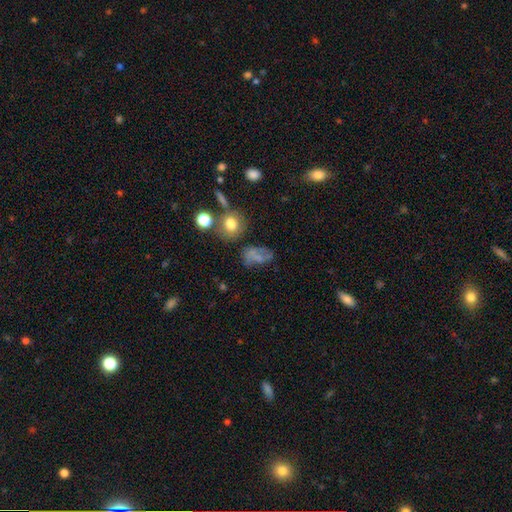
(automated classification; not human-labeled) The model was most divided on "merging": none: 42%, minor disturbance: 23%, major disturbance: 22%, merger: 13%. More confident: how rounded — in between (74%); smooth or featured — smooth (57%).